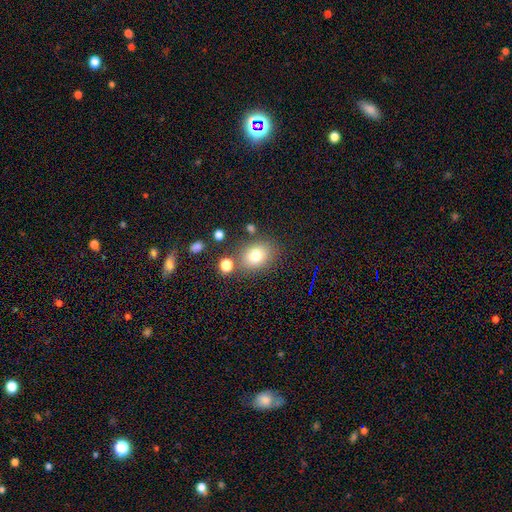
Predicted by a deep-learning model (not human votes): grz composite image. It shows a smooth galaxy with no disk features (75%) that is in between round and cigar-shaped (52%). Merging: none (77%).